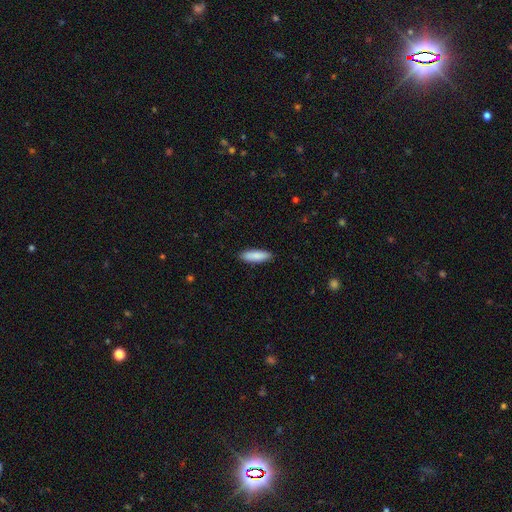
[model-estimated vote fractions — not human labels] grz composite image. It shows a smooth galaxy with no disk features (88%) that is cigar-shaped (57%). Merging: none (90%).